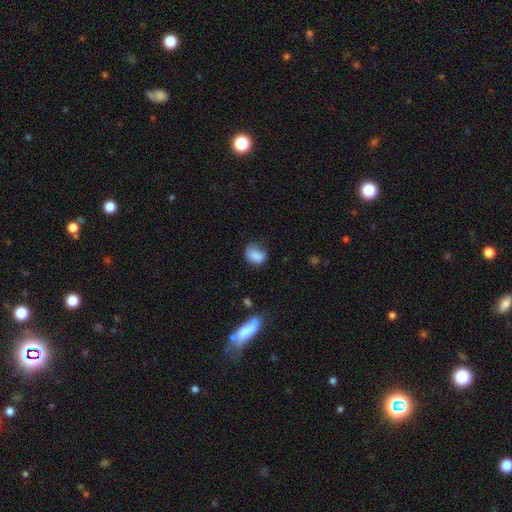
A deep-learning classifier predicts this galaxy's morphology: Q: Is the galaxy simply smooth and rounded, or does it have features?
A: smooth — 83%.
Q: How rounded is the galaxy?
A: in between — 60%.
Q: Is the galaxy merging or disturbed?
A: none — 52%.